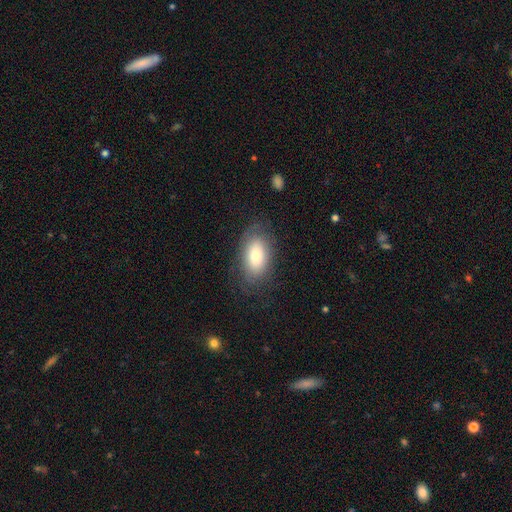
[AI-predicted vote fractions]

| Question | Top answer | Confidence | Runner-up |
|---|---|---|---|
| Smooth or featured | smooth | 69% | featured or disk (23%) |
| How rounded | in between | 92% | round (5%) |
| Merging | none | 76% | minor disturbance (16%) |